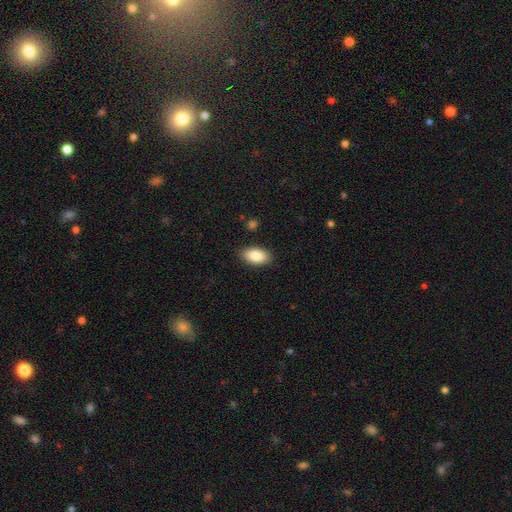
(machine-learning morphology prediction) smooth-or-featured: smooth: 87% | star or artifact: 6% | featured or disk: 6%
  how-rounded: in between: 94% | round: 4% | cigar-shaped: 2%
  merging: none: 88% | minor disturbance: 9% | major disturbance: 2% | merger: 1%